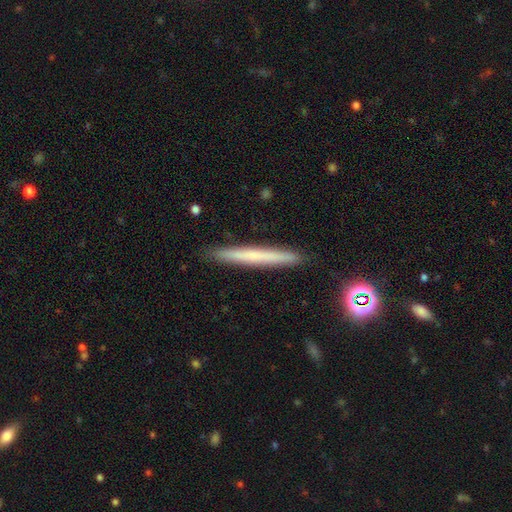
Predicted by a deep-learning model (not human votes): Morphology: type=smooth (56%); roundness=cigar-shaped (97%); merging=none (91%).